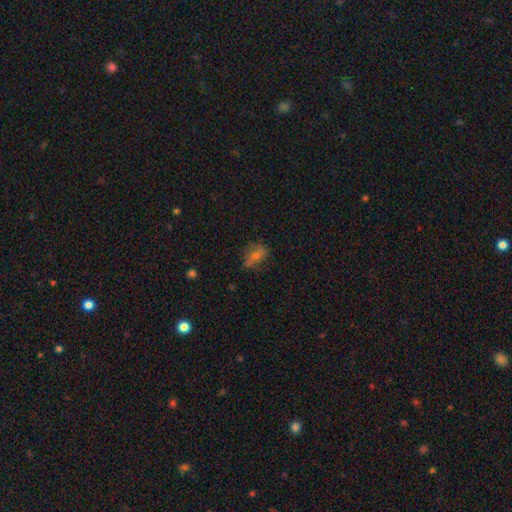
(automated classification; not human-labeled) This is possibly a smooth galaxy (46%). Merging: likely none (65%).